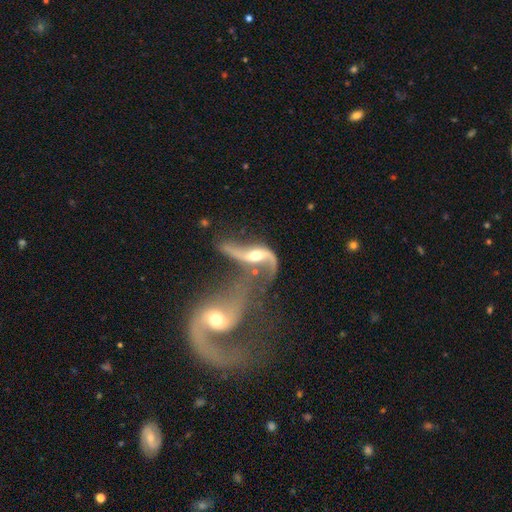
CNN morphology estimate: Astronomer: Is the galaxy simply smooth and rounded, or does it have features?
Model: featured or disk — 79%.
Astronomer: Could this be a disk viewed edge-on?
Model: no — 88%.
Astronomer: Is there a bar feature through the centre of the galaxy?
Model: no — 47% (runner-up: weak, 34%).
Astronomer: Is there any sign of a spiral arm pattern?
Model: yes — 86%.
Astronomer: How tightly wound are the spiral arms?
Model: loose — 89%.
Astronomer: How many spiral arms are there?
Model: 2 — 82%.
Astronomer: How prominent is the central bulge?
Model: moderate — 63%.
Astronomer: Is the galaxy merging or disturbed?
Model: merger — 53%.